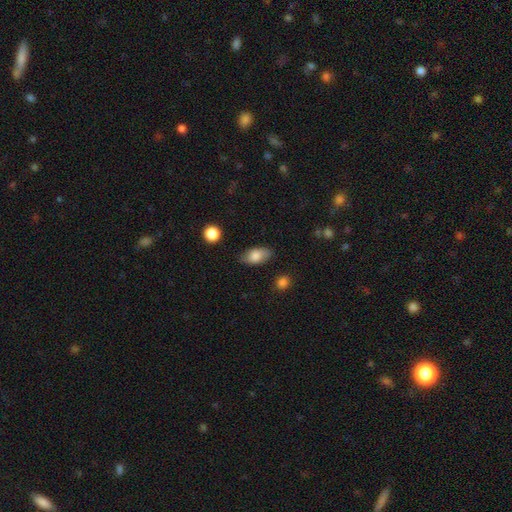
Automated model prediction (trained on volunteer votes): Smooth or featured? smooth (81%)
How rounded? in between (91%)
Merging? none (79%)